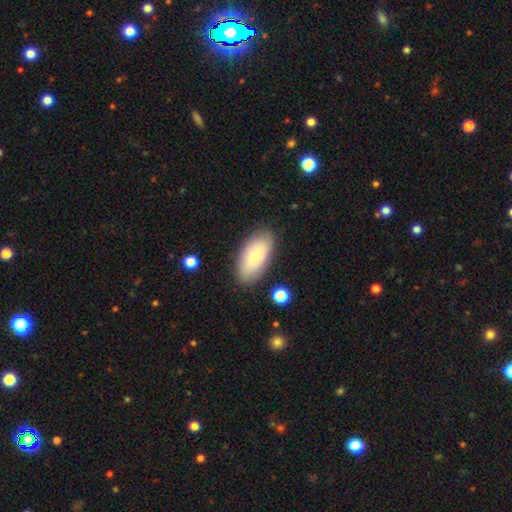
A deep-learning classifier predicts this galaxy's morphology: Overall: smooth (76%). How rounded: in between (93%). Merging: none (84%).